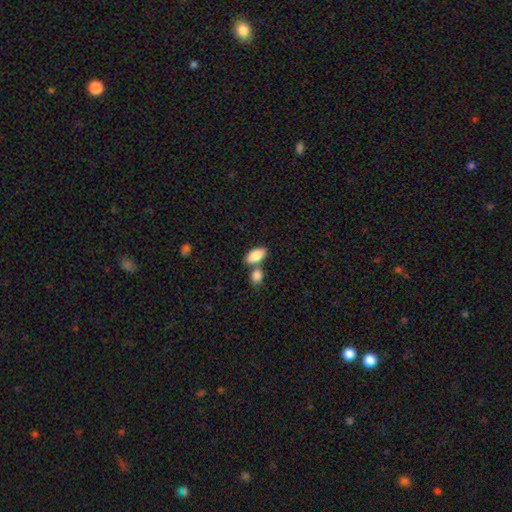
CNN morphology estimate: The model was most divided on "merging": none: 53%, merger: 34%, minor disturbance: 10%, major disturbance: 3%. More confident: how rounded — in between (90%); smooth or featured — smooth (85%).